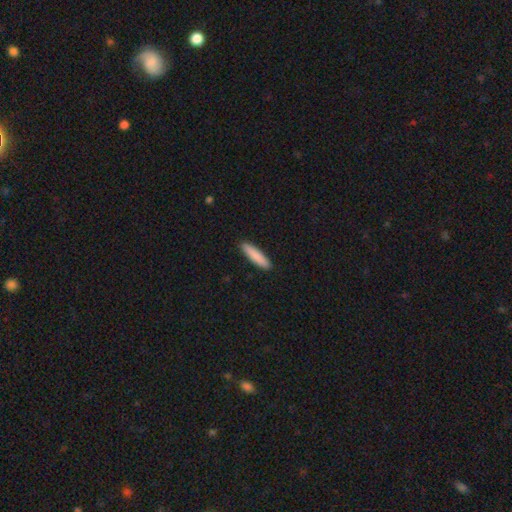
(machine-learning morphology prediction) The model was most divided on "how rounded": cigar-shaped: 84%, in between: 15%, round: 1%. More confident: merging — none (92%); smooth or featured — smooth (87%).